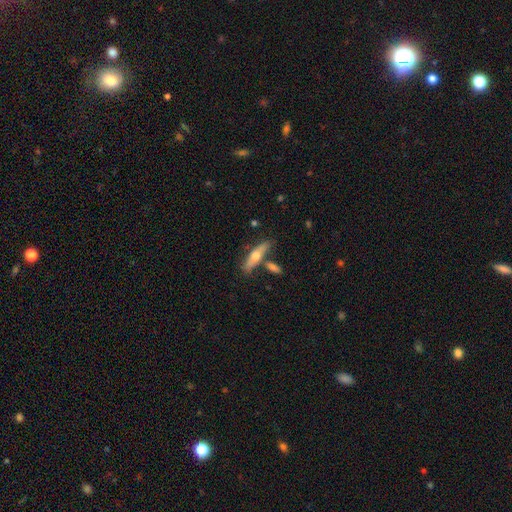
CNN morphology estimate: The model was most divided on "smooth or featured" (2-way tie): featured or disk: 47%, smooth: 47%, star or artifact: 6%. More confident: merging — none (68%).